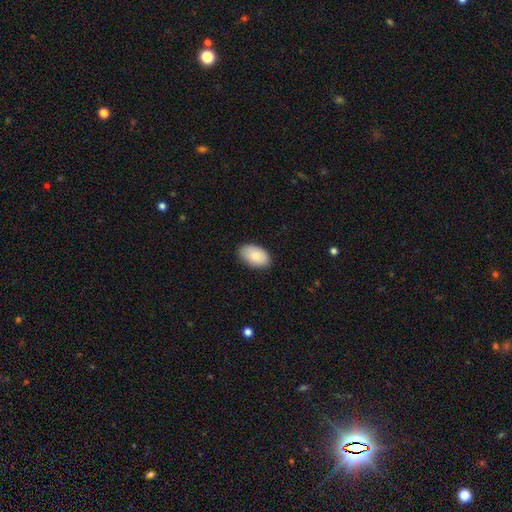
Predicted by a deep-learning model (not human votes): Morphology: type=smooth (86%); roundness=in between (94%); merging=none (84%).